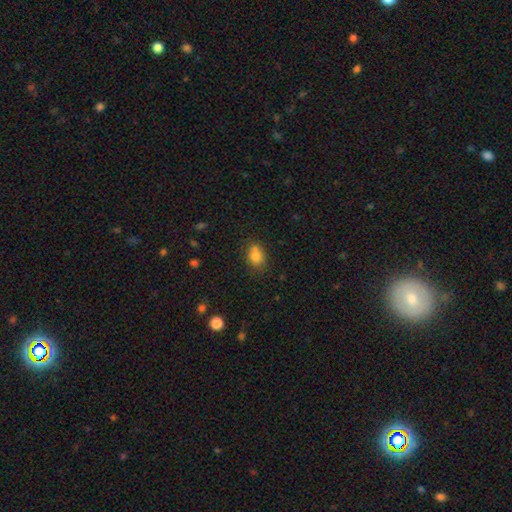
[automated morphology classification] type=smooth (80%); roundness=in between (61%); merging=none (64%).